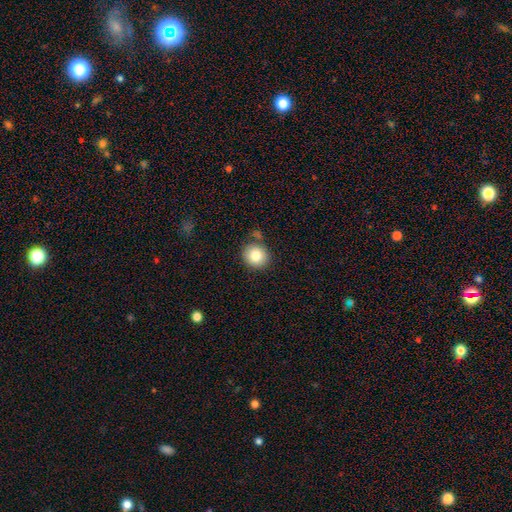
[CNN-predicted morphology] Smooth or featured? Predicted: smooth (p=0.82). How rounded? Predicted: round (p=0.84). Merging? Predicted: none (p=0.78).